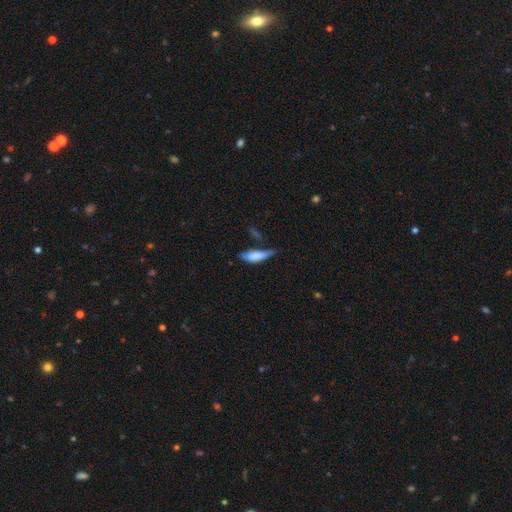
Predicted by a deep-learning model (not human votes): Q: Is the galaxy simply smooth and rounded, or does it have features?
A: smooth — 74%.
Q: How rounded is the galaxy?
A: cigar-shaped — 49%, tied with in between.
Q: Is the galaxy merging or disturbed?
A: minor disturbance — 38%, tied with none.